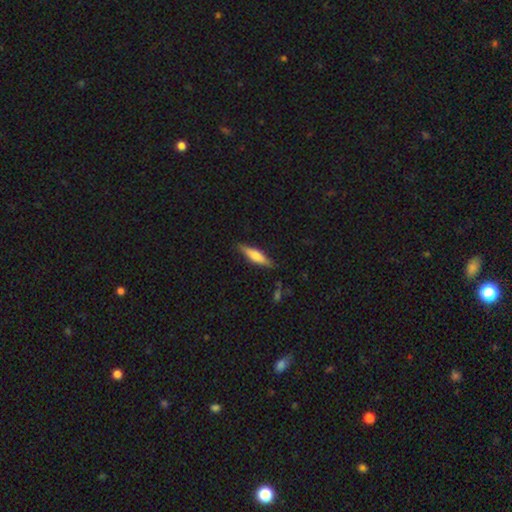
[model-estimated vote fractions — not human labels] Q: Smooth or featured?
A: smooth (60%); runner-up: featured or disk (34%)
Q: How rounded?
A: cigar-shaped (70%); runner-up: in between (28%)
Q: Merging?
A: none (83%); runner-up: minor disturbance (13%)